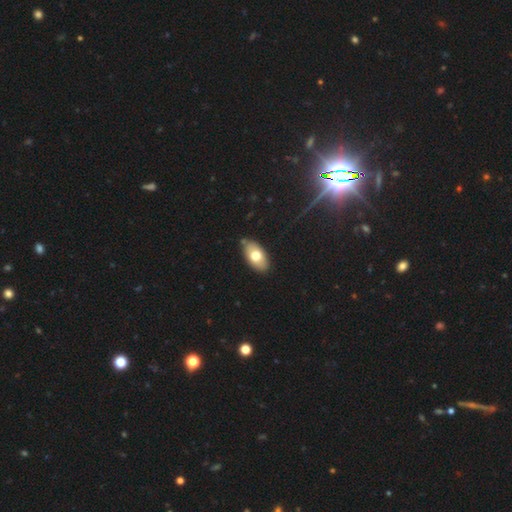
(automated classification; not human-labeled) Smooth or featured?
  - smooth: 69% *
  - featured or disk: 24%
  - star or artifact: 7%
How rounded?
  - in between: 93% *
  - round: 5%
  - cigar-shaped: 3%
Merging?
  - none: 83% *
  - minor disturbance: 13%
  - major disturbance: 2%
  - merger: 2%